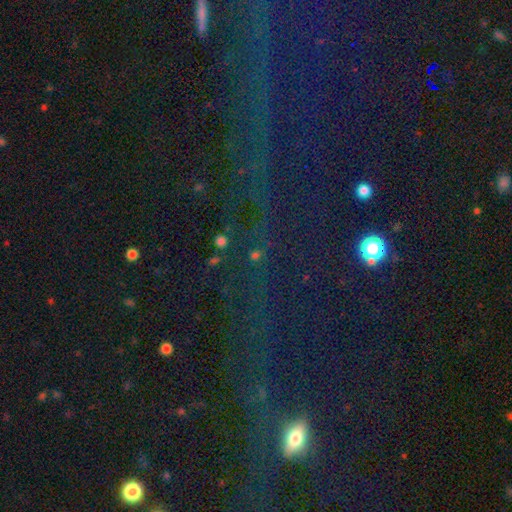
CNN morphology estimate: This appears to be a star or artifact, not a galaxy (61%).